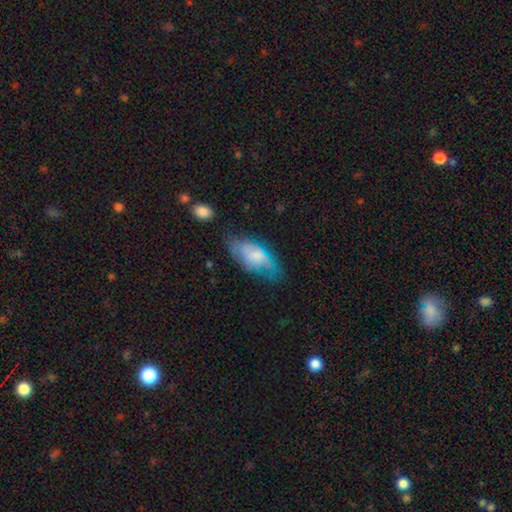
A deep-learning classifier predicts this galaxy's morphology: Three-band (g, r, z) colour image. It shows a smooth galaxy with no disk features (57%) that is in between round and cigar-shaped (88%). Merging: none (50%).